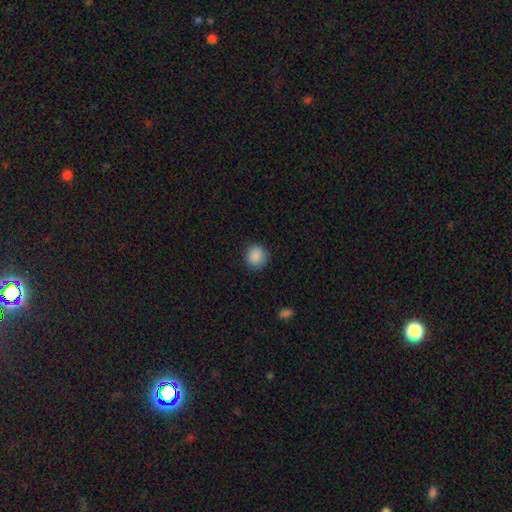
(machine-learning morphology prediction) Smooth or featured?
  - smooth: 88% *
  - star or artifact: 8%
  - featured or disk: 3%
How rounded?
  - round: 88% *
  - in between: 11%
  - cigar-shaped: 1%
Merging?
  - none: 86% *
  - minor disturbance: 11%
  - major disturbance: 3%
  - merger: 1%